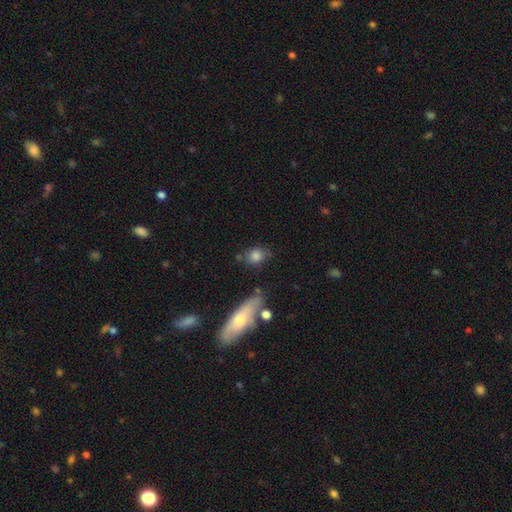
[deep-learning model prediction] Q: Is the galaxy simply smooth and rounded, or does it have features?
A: smooth — 80%.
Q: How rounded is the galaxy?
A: round — 50%.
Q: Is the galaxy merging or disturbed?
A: none — 66%.